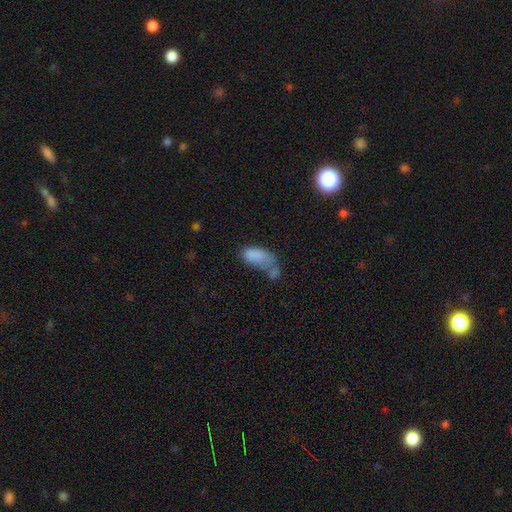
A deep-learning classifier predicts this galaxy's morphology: A smooth galaxy with no disk features (76%) that is in between round and cigar-shaped (91%).

Vote fractions:
- Smooth or featured? smooth: 76% / featured or disk: 14% / star or artifact: 9%
- How rounded? in between: 91% / cigar-shaped: 5% / round: 4%
- Merging? merger: 35% / major disturbance: 30% / none: 18% / minor disturbance: 17%